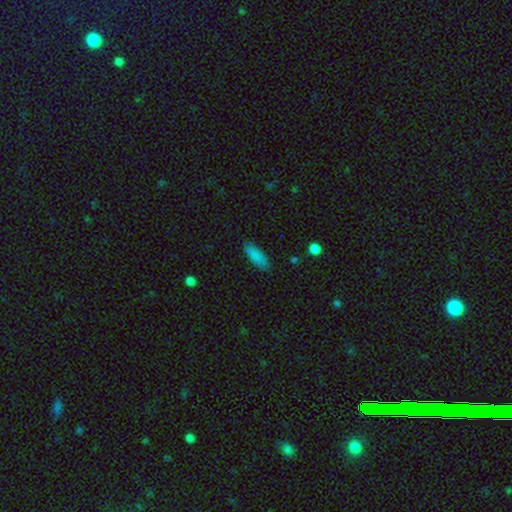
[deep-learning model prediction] A smooth galaxy with no disk features (86%) that is in between round and cigar-shaped (64%).

Vote fractions:
- Smooth or featured? smooth: 86% / star or artifact: 7% / featured or disk: 7%
- How rounded? in between: 64% / cigar-shaped: 35% / round: 2%
- Merging? none: 84% / minor disturbance: 12% / major disturbance: 2% / merger: 1%